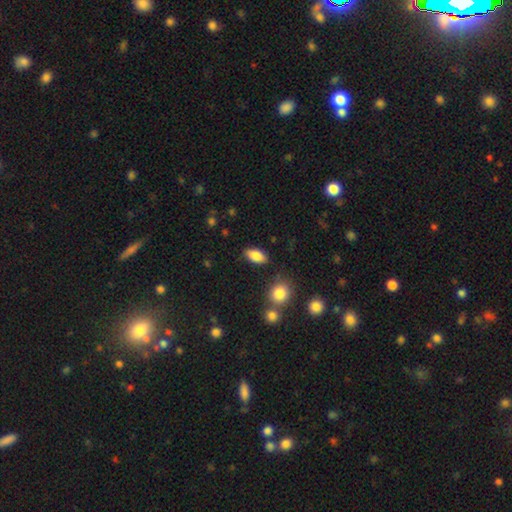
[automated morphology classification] This appears to be a smooth galaxy with no disk features (85%) that is in between round and cigar-shaped (90%). Merging: none (82%).